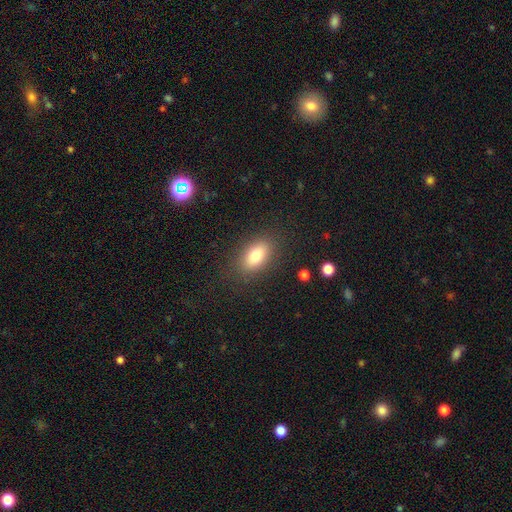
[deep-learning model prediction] A smooth galaxy with no disk features (81%) that is in between round and cigar-shaped (88%). Merging: none (85%).